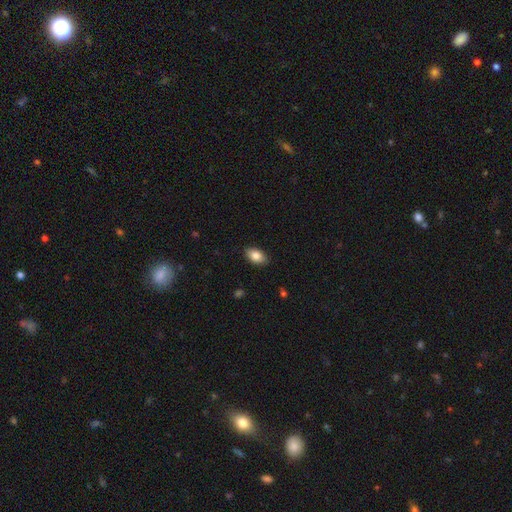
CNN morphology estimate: Overall: smooth (84%). How rounded: in between (92%). Merging: none (88%).